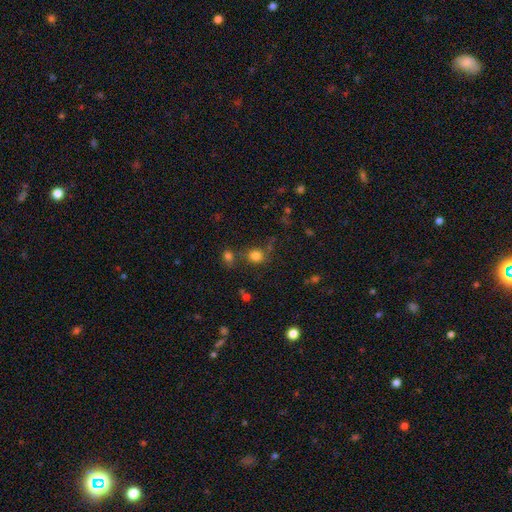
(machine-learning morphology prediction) Smooth or featured?
  - smooth: 79% *
  - star or artifact: 15%
  - featured or disk: 6%
How rounded?
  - round: 78% *
  - in between: 21%
  - cigar-shaped: 1%
Merging?
  - none: 66% *
  - merger: 15%
  - minor disturbance: 13%
  - major disturbance: 6%